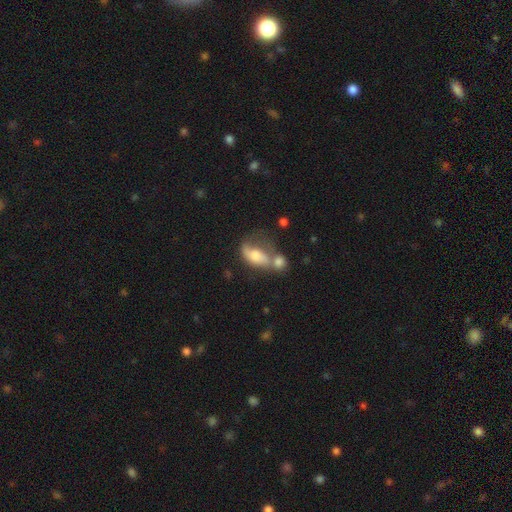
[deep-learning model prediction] smooth-or-featured: smooth: 52% | featured or disk: 39% | star or artifact: 9%
  how-rounded: in between: 81% | round: 11% | cigar-shaped: 8%
  merging: merger: 51% | none: 20% | major disturbance: 16% | minor disturbance: 14%